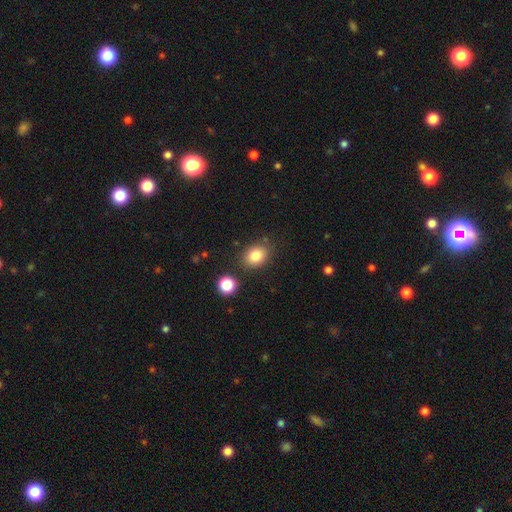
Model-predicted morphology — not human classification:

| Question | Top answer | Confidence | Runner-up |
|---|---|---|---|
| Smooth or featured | smooth | 82% | star or artifact (10%) |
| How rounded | in between | 52% | round (47%) |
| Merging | none | 80% | minor disturbance (11%) |